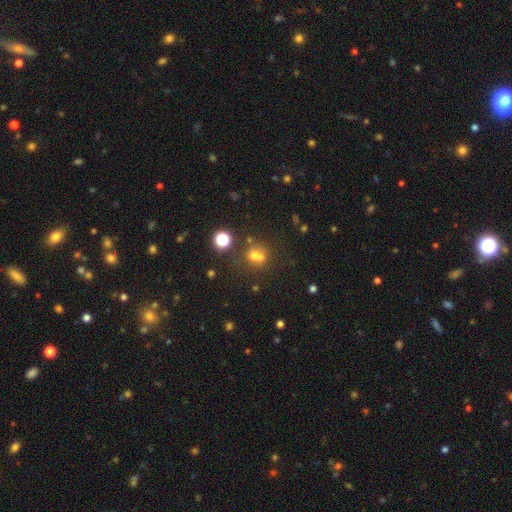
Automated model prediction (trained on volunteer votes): Smooth or featured? Predicted: smooth (p=0.58). How rounded? Predicted: round (p=0.77). Merging? Predicted: merger (p=0.44, tied with none).